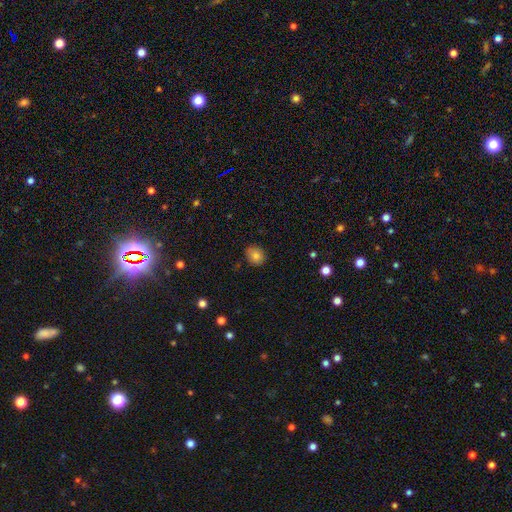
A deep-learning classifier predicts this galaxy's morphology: smooth-or-featured: smooth: 82% | star or artifact: 10% | featured or disk: 8%
  how-rounded: round: 66% | in between: 33% | cigar-shaped: 1%
  merging: none: 82% | minor disturbance: 14% | major disturbance: 2% | merger: 1%